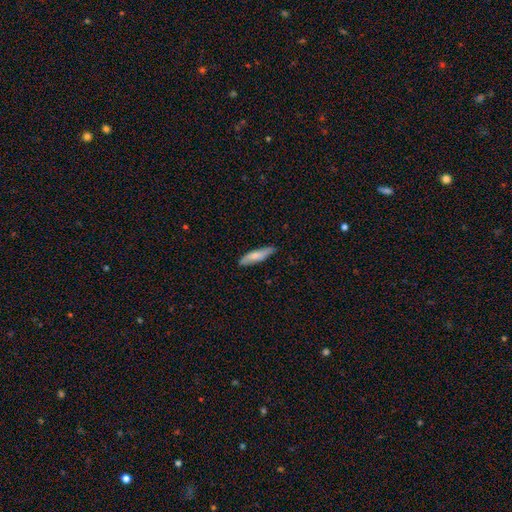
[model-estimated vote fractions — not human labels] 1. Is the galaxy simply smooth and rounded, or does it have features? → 71% smooth, 24% featured or disk, 5% star or artifact.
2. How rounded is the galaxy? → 69% cigar-shaped, 29% in between, 2% round.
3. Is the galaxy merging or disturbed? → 83% none, 14% minor disturbance, 2% major disturbance, 1% merger.